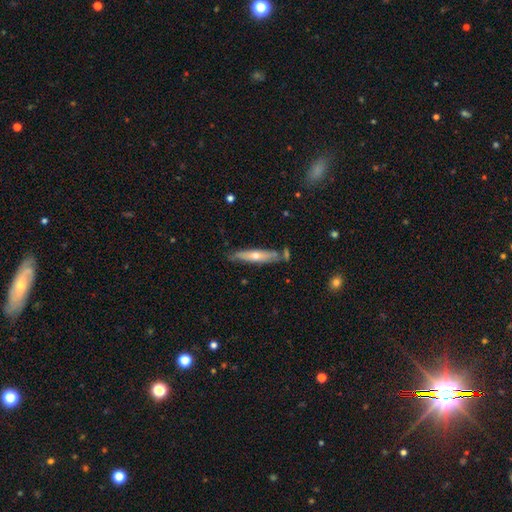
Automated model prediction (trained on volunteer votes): smooth-or-featured: featured or disk: 51% | smooth: 43% | star or artifact: 6%
  disk-edge-on: yes: 78% | no: 22%
  merging: none: 73% | minor disturbance: 17% | merger: 7% | major disturbance: 3%